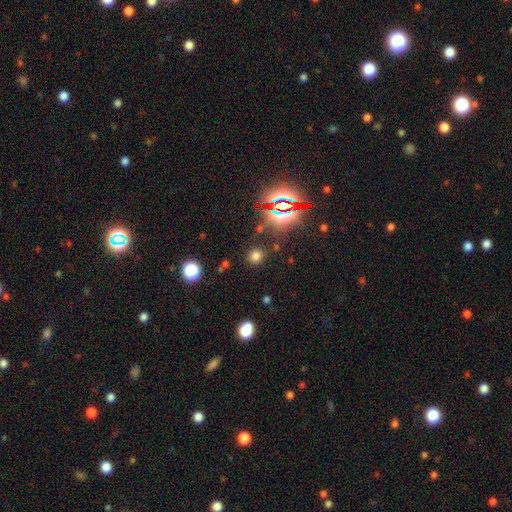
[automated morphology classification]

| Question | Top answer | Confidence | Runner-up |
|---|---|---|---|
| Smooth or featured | smooth | 68% | star or artifact (26%) |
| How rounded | round | 87% | in between (12%) |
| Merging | none | 85% | minor disturbance (8%) |